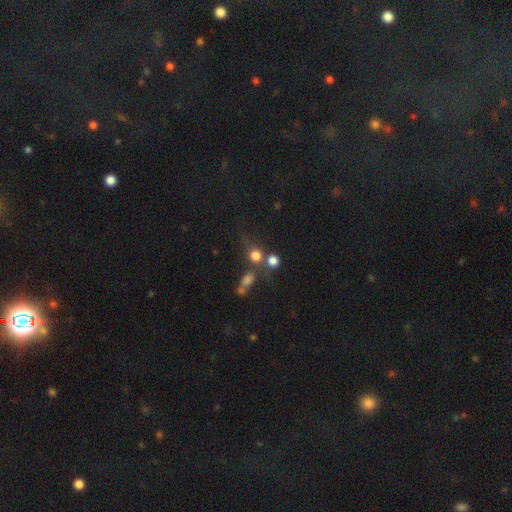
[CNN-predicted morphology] This is likely a smooth galaxy (73%). How rounded: clearly round (84%). Merging: possibly none (51%).